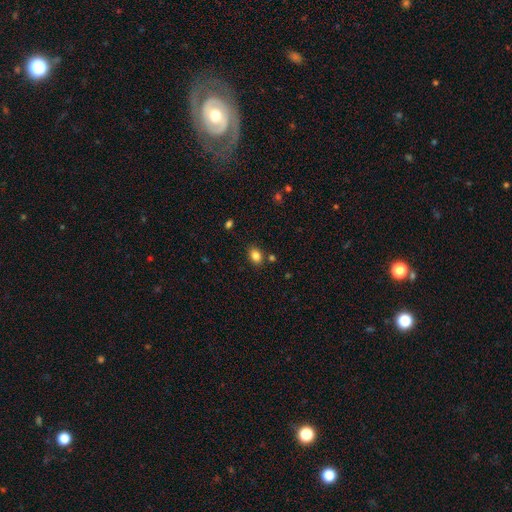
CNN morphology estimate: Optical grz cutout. It shows a smooth galaxy with no disk features (84%) that is in between round and cigar-shaped (69%). Merging: none (81%).